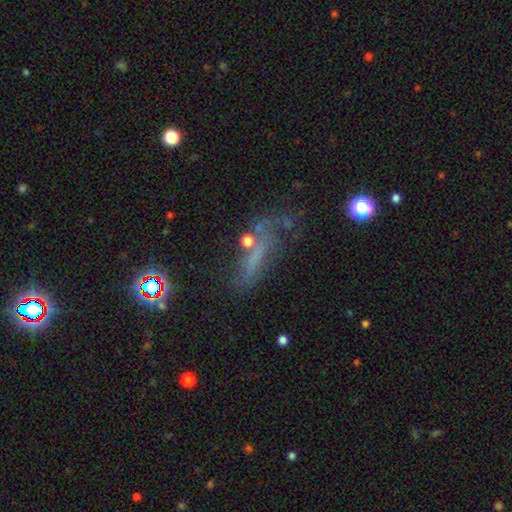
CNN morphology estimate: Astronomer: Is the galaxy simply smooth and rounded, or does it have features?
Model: featured or disk — 42% (runner-up: smooth, 32%).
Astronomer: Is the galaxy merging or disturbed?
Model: none — 43% (runner-up: major disturbance, 26%).